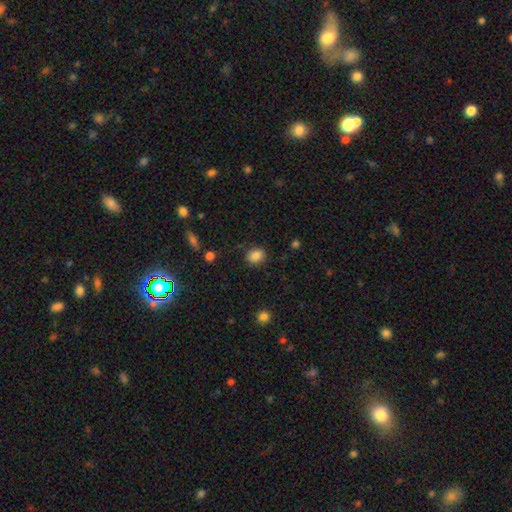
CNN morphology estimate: Smooth or featured? smooth (86%)
How rounded? round (61%)
Merging? none (84%)